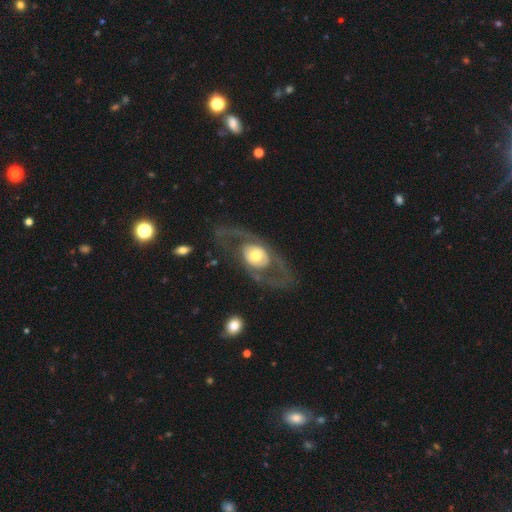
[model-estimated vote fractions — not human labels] Smooth or featured?
  - featured or disk: 72% *
  - smooth: 24%
  - star or artifact: 4%
Edge-on disk?
  - no: 89% *
  - yes: 11%
Bar?
  - no: 82% *
  - weak: 13%
  - strong: 5%
Spiral arms?
  - no: 59% *
  - yes: 41%
Bulge size?
  - moderate: 55% *
  - large: 33%
  - small: 7%
  - dominant: 4%
  - none: 1%
Merging?
  - none: 69% *
  - major disturbance: 18%
  - minor disturbance: 12%
  - merger: 2%